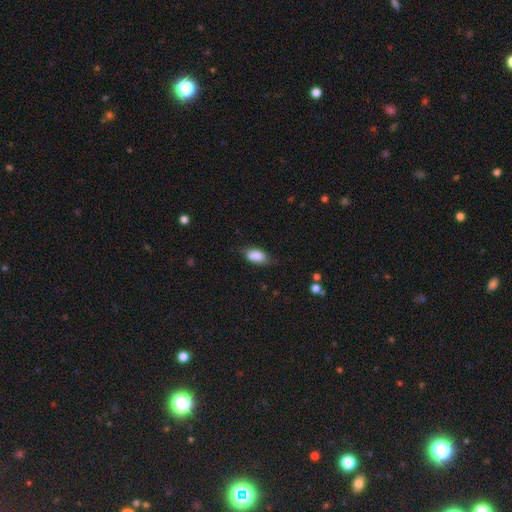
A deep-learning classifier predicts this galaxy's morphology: Smooth or featured?
  - smooth: 80% *
  - featured or disk: 11%
  - star or artifact: 9%
How rounded?
  - in between: 86% *
  - cigar-shaped: 8%
  - round: 5%
Merging?
  - none: 55% *
  - minor disturbance: 26%
  - merger: 13%
  - major disturbance: 6%